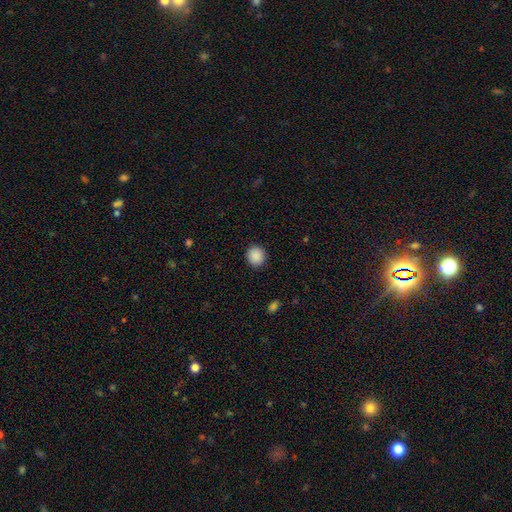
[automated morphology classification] A smooth galaxy with no disk features (89%) that is round (86%). Merging: none (91%).